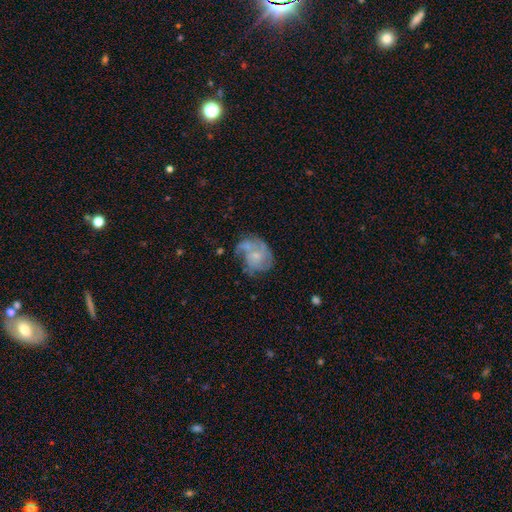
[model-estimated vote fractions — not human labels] The model was most divided on "spiral winding" (2-way tie): tight: 39%, medium: 39%, loose: 21%. Remaining: edge-on disk — no (98%); spiral arms — yes (80%); bar — no (77%); smooth or featured — featured or disk (67%); bulge size — small (66%); merging — none (40%); spiral arm count — can't tell (33%).